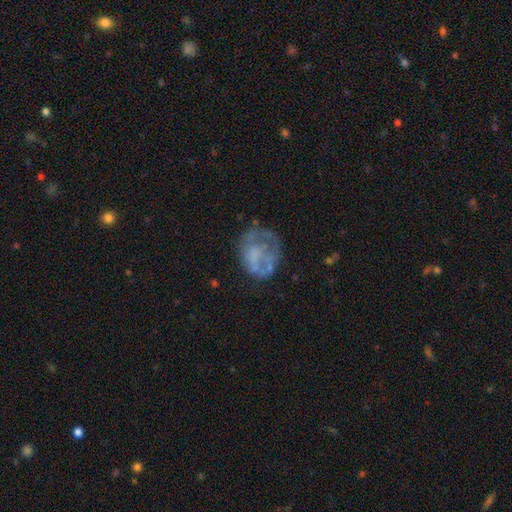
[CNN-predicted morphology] The model was most divided on "smooth or featured": featured or disk: 49%, smooth: 40%, star or artifact: 11%. Remaining: merging — none (47%).